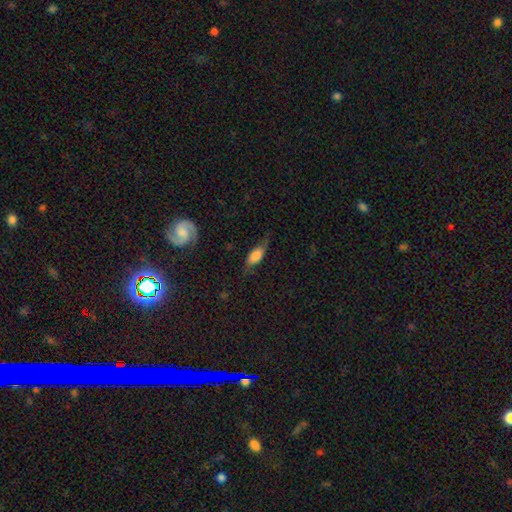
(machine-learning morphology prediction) Overall: smooth (52%; featured or disk 39%). How rounded: in between (73%). Merging: none (62%; minor disturbance 25%).